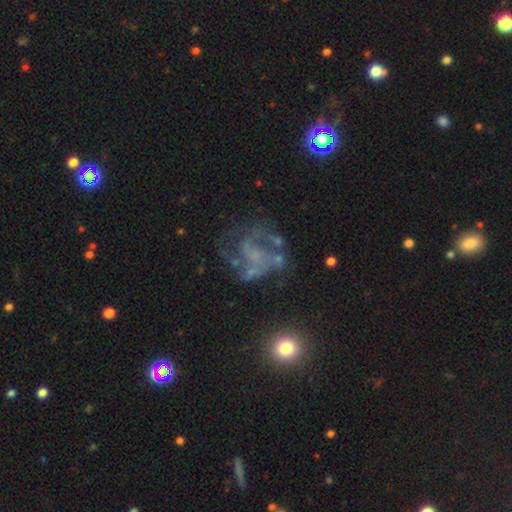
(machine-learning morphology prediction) Q: Smooth or featured?
A: featured or disk (73%); runner-up: star or artifact (15%)
Q: Edge-on disk?
A: no (98%); runner-up: yes (2%)
Q: Bar?
A: no (69%); runner-up: weak (24%)
Q: Spiral arms?
A: yes (72%); runner-up: no (28%)
Q: Spiral winding?
A: medium (43%); runner-up: loose (36%)
Q: Spiral arm count?
A: 2 (36%); runner-up: can't tell (27%)
Q: Bulge size?
A: none (59%); runner-up: small (27%)
Q: Merging?
A: none (44%); runner-up: major disturbance (32%)